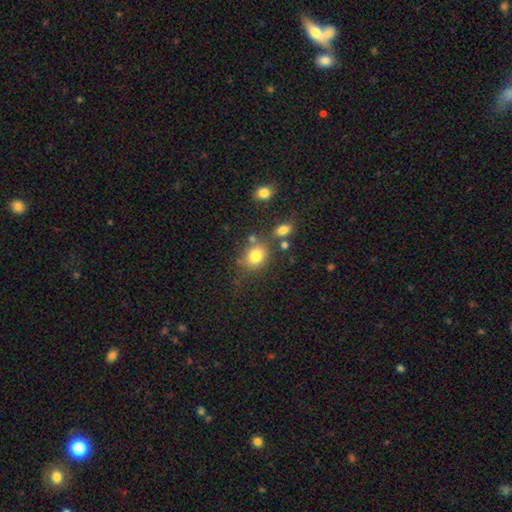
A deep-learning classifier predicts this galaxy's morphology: smooth 79%, star or artifact 12%, featured or disk 9%. Down the decision tree: how rounded — round (63%); merging — none (66%).